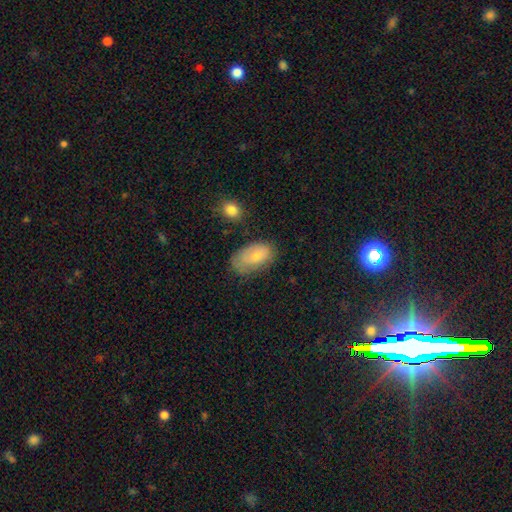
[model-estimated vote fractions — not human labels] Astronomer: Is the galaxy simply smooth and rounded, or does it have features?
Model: smooth — 72%.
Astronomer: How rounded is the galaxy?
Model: in between — 93%.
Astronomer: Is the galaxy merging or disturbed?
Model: none — 57%.